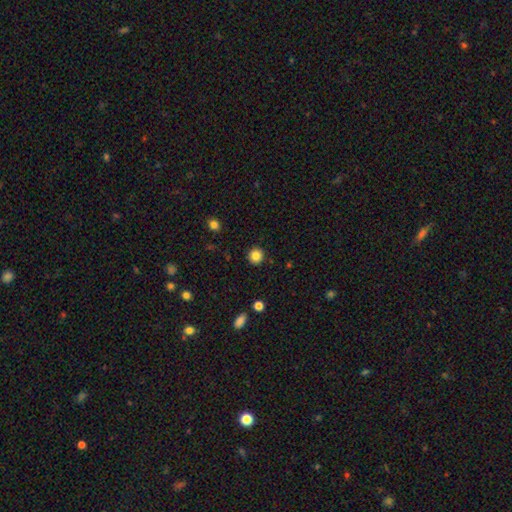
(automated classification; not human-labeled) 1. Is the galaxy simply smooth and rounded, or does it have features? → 85% smooth, 10% star or artifact, 5% featured or disk.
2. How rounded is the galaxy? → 92% round, 7% in between, 1% cigar-shaped.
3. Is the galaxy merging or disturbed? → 92% none, 5% minor disturbance, 2% major disturbance, 1% merger.